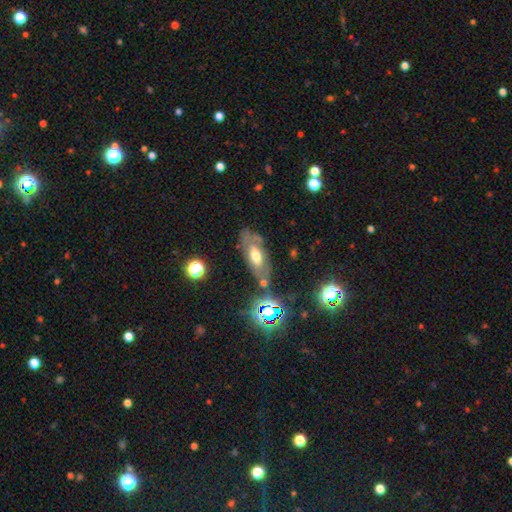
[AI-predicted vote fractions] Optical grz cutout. It shows a featured or disk galaxy (46%). Merging: none (65%).